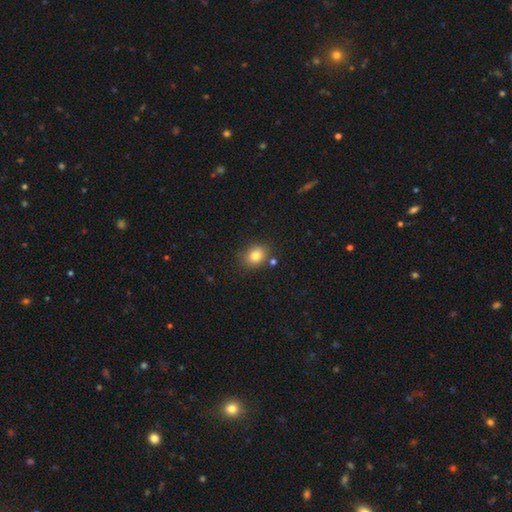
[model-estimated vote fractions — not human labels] A smooth galaxy with no disk features (81%) that is in between round and cigar-shaped (50%). Merging: none (76%).